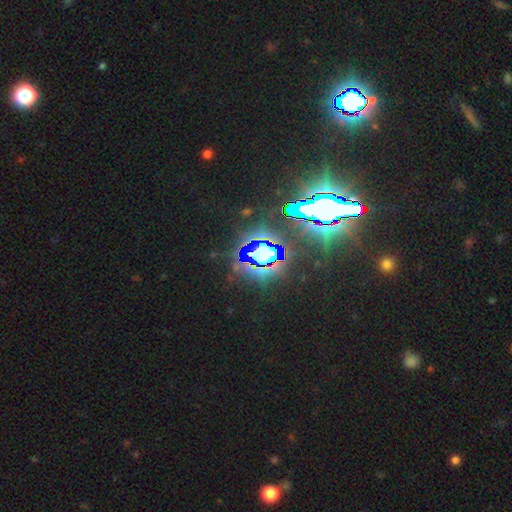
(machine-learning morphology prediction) This is likely a star or artifact rather than a galaxy (77%).